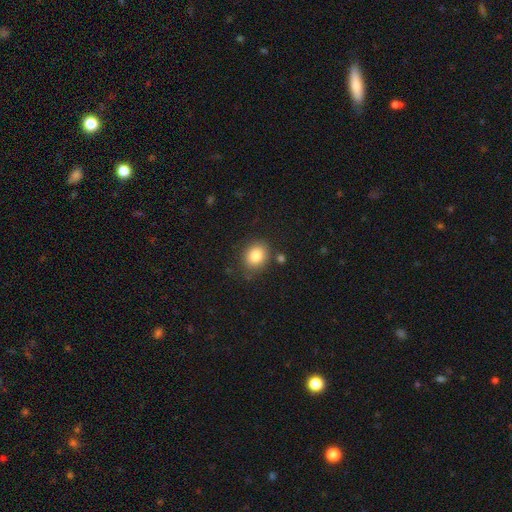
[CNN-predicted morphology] Smooth or featured? smooth (84%)
How rounded? round (53%)
Merging? none (80%)